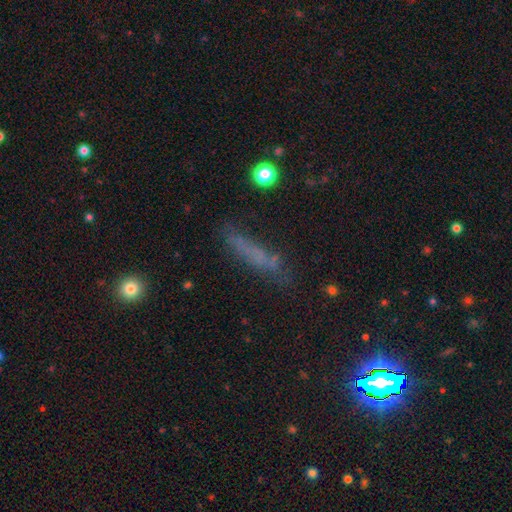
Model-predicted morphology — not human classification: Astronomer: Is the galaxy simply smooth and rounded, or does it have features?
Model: smooth — 53% (runner-up: featured or disk, 30%).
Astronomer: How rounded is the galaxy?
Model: cigar-shaped — 78%.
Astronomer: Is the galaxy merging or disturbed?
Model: none — 56%.